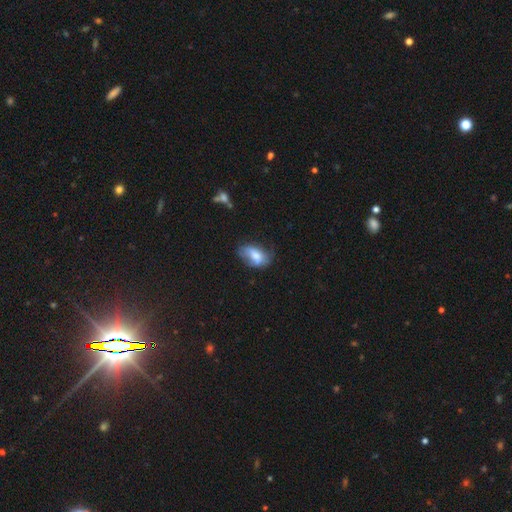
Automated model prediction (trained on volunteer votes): The model was most divided on "merging": none: 45%, minor disturbance: 36%, major disturbance: 16%, merger: 3%. More confident: how rounded — in between (90%); smooth or featured — smooth (66%).